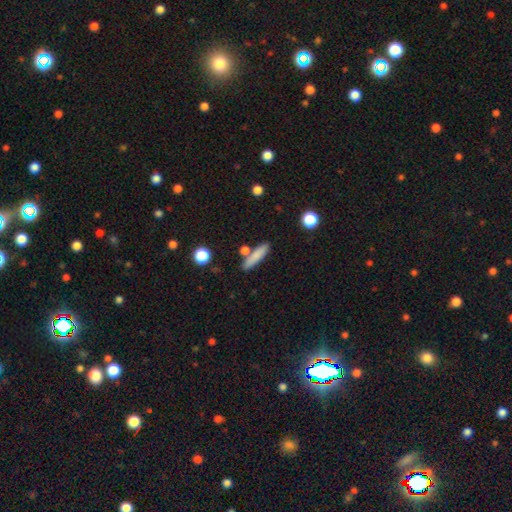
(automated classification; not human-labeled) smooth_or_featured: smooth (p=0.79) [alt: featured or disk p=0.13]
how_rounded: cigar-shaped (p=0.77) [alt: in between p=0.20]
merging: none (p=0.74) [alt: merger p=0.13]